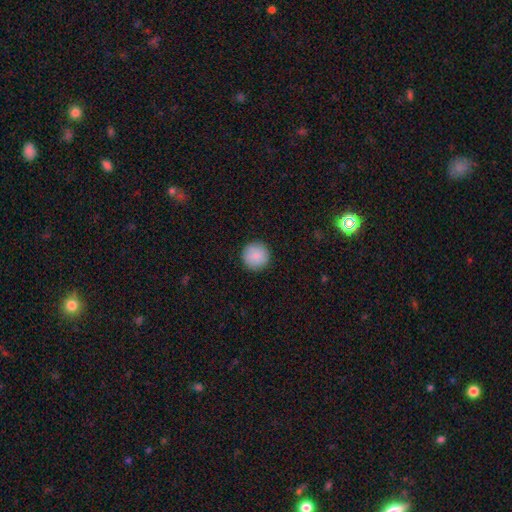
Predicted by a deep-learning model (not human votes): smooth-or-featured: smooth: 87% | star or artifact: 7% | featured or disk: 6%
  how-rounded: round: 96% | in between: 3% | cigar-shaped: 1%
  merging: none: 92% | minor disturbance: 6% | major disturbance: 2% | merger: 1%